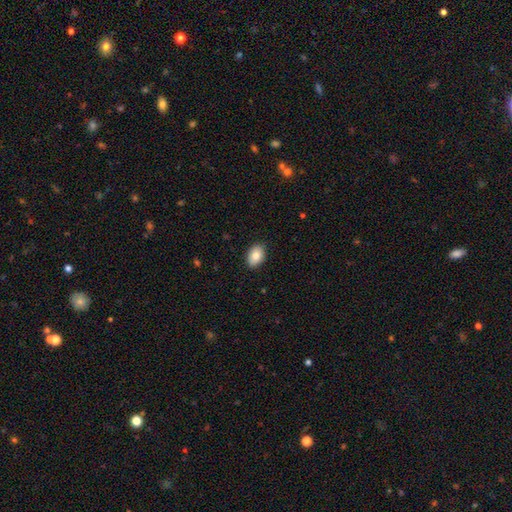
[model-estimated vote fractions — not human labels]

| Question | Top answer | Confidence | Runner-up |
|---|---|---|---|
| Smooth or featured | smooth | 85% | featured or disk (7%) |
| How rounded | in between | 88% | round (11%) |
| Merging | none | 88% | minor disturbance (9%) |